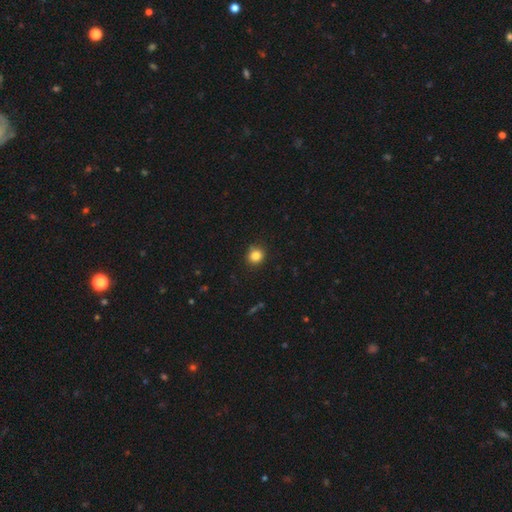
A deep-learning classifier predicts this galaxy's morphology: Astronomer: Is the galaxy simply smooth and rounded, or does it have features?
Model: smooth — 84%.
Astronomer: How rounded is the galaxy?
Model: round — 84%.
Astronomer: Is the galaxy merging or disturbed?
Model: none — 86%.